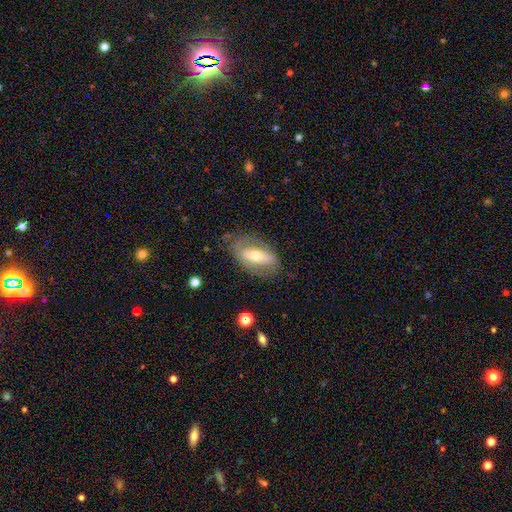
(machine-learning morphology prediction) The model was most divided on "smooth or featured": featured or disk: 57%, smooth: 36%, star or artifact: 7%. More confident: edge-on disk — no (86%); merging — none (67%).